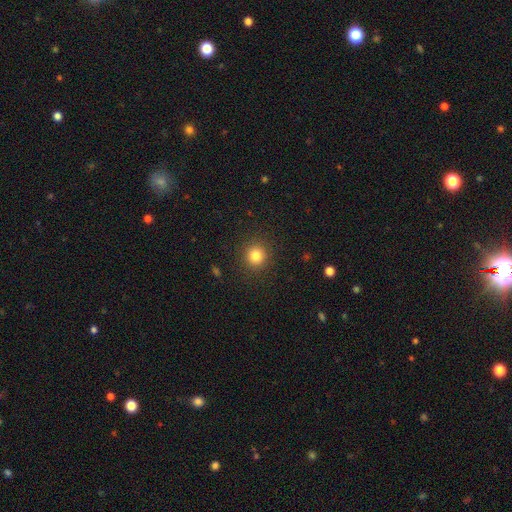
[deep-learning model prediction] smooth 82%, star or artifact 12%, featured or disk 6%. Down the decision tree: how rounded — round (91%); merging — none (90%).